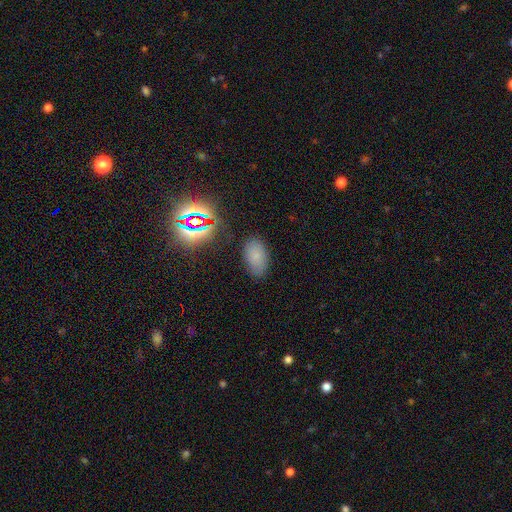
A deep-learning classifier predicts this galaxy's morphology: Smooth or featured: smooth — 69% (star or artifact — 22%)
How rounded: in between — 92% (round — 6%)
Merging: none — 82% (minor disturbance — 13%)